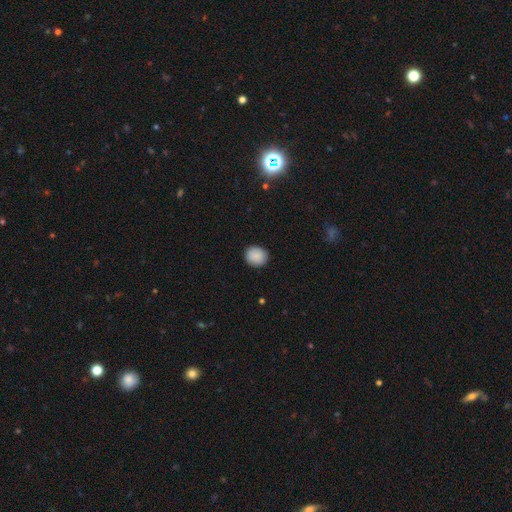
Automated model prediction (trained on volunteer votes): The model was most divided on "how rounded": round: 82%, in between: 17%, cigar-shaped: 1%. More confident: merging — none (90%); smooth or featured — smooth (89%).